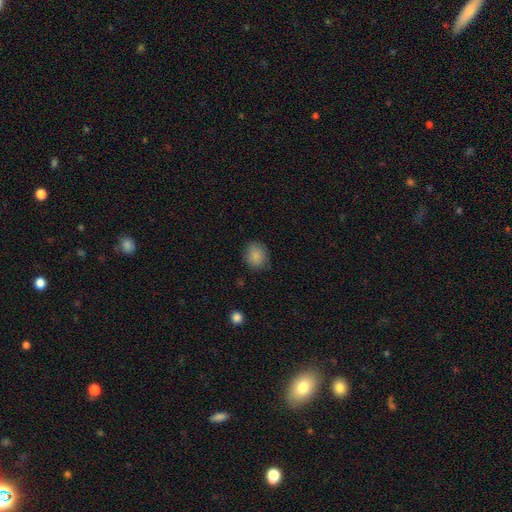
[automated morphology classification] This is clearly a smooth galaxy (87%). How rounded: likely round (70%). Merging: clearly none (84%).